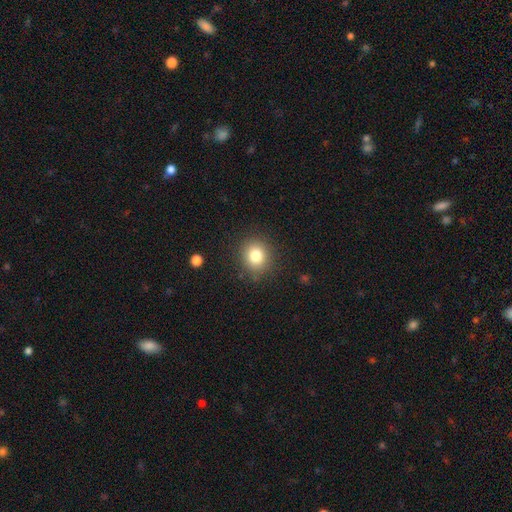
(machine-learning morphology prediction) Smooth or featured: smooth — 80% (star or artifact — 12%)
How rounded: round — 84% (in between — 15%)
Merging: none — 87% (minor disturbance — 9%)